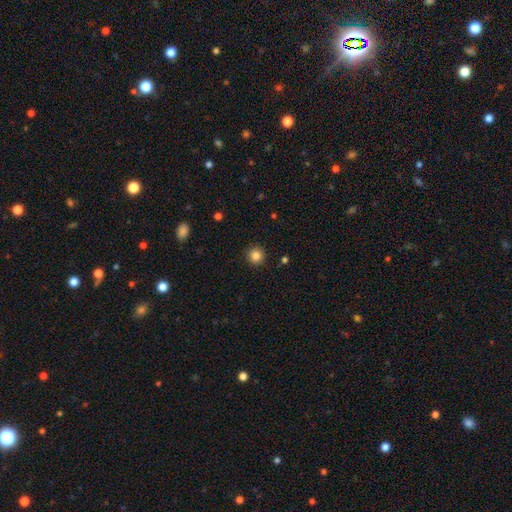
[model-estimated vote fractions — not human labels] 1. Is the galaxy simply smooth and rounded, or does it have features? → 85% smooth, 11% star or artifact, 4% featured or disk.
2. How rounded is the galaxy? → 95% round, 4% in between, 1% cigar-shaped.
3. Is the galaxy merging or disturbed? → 91% none, 6% minor disturbance, 2% major disturbance, 1% merger.